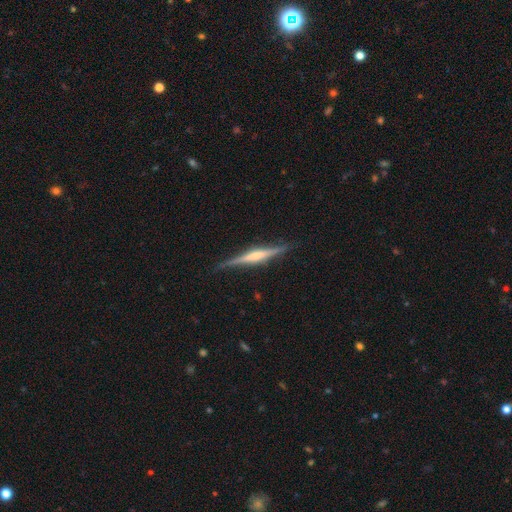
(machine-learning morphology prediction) smooth-or-featured: featured or disk: 72% | smooth: 22% | star or artifact: 6%
  disk-edge-on: yes: 98% | no: 2%
    edge-on-bulge: rounded: 56% | none: 25% | boxy: 19%
  merging: none: 87% | minor disturbance: 10% | major disturbance: 2% | merger: 1%